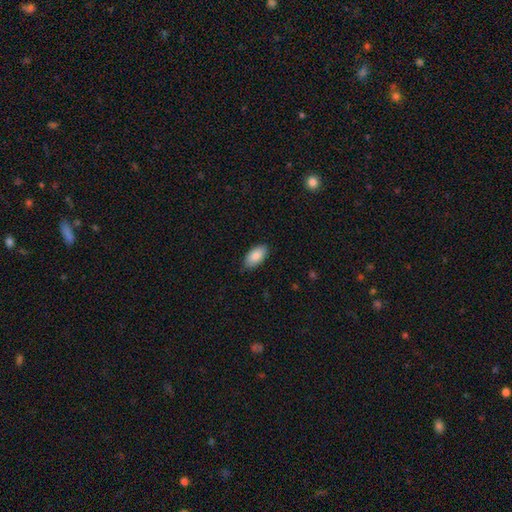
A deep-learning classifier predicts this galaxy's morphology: Q: Smooth or featured?
A: smooth (88%); runner-up: star or artifact (6%)
Q: How rounded?
A: in between (95%); runner-up: cigar-shaped (3%)
Q: Merging?
A: none (84%); runner-up: minor disturbance (13%)